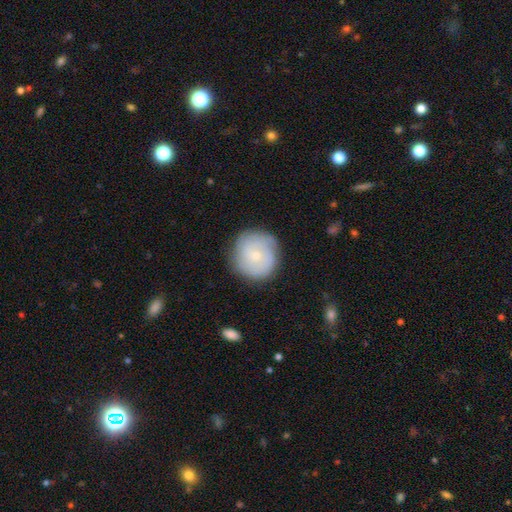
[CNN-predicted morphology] smooth_or_featured: featured or disk (p=0.49) [alt: smooth p=0.44]
merging: none (p=0.82) [alt: minor disturbance p=0.13]